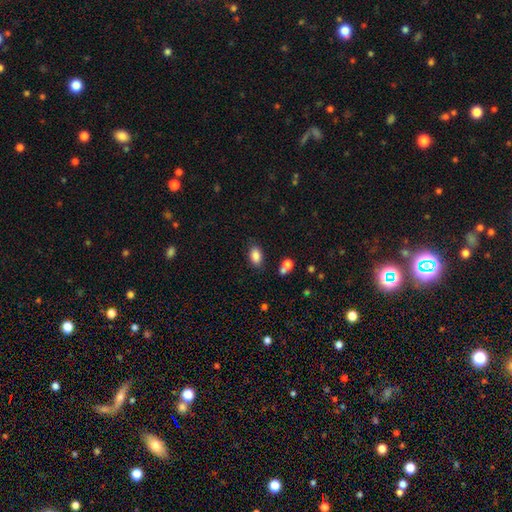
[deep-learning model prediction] Q: Smooth or featured?
A: smooth (86%); runner-up: star or artifact (8%)
Q: How rounded?
A: in between (90%); runner-up: round (8%)
Q: Merging?
A: none (78%); runner-up: minor disturbance (12%)